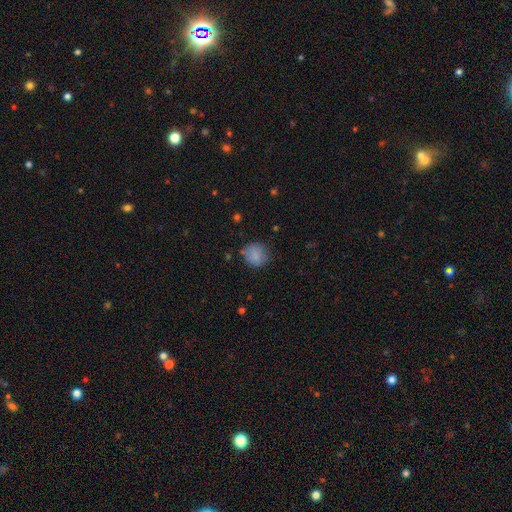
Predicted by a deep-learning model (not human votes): smooth_or_featured: smooth (p=0.83) [alt: star or artifact p=0.10]
how_rounded: round (p=0.84) [alt: in between p=0.15]
merging: none (p=0.75) [alt: minor disturbance p=0.17]